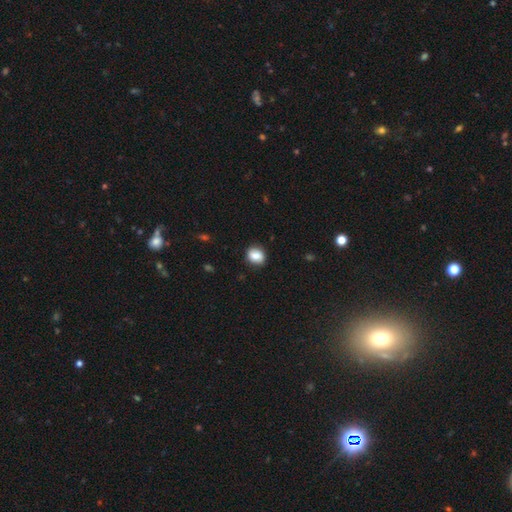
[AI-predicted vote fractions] Smooth or featured: smooth — 83% (featured or disk — 9%)
How rounded: round — 63% (in between — 36%)
Merging: none — 85% (minor disturbance — 11%)